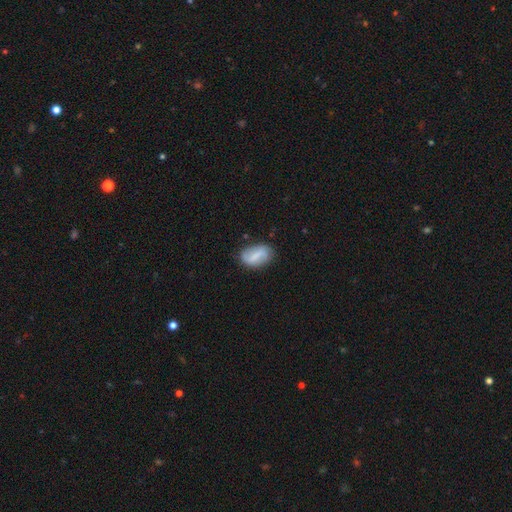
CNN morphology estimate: Smooth or featured?
  - smooth: 46% * (tied)
  - featured or disk: 46% * (tied)
  - star or artifact: 7%
Merging?
  - none: 73% *
  - minor disturbance: 19%
  - major disturbance: 5%
  - merger: 2%